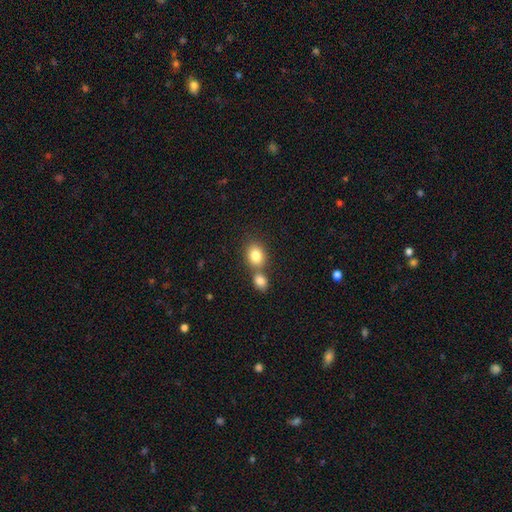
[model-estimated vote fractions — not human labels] The model was most divided on "merging": none: 45%, merger: 44%, minor disturbance: 8%, major disturbance: 3%. More confident: smooth or featured — smooth (82%); how rounded — round (56%).